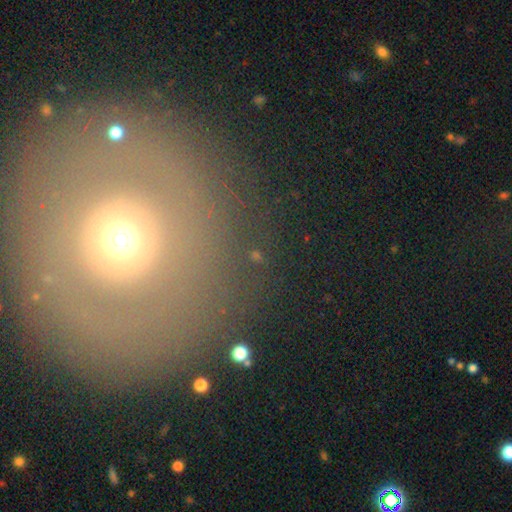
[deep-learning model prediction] A smooth galaxy with no disk features (39%). Merging: none (81%).